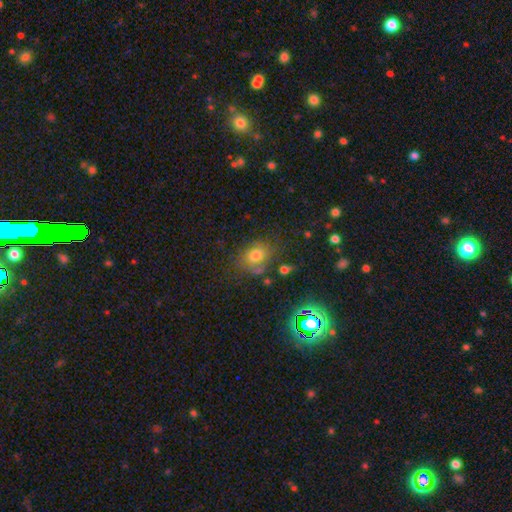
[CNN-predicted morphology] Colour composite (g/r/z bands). It shows a smooth galaxy with no disk features (64%) that is in between round and cigar-shaped (57%). Merging: none (59%).